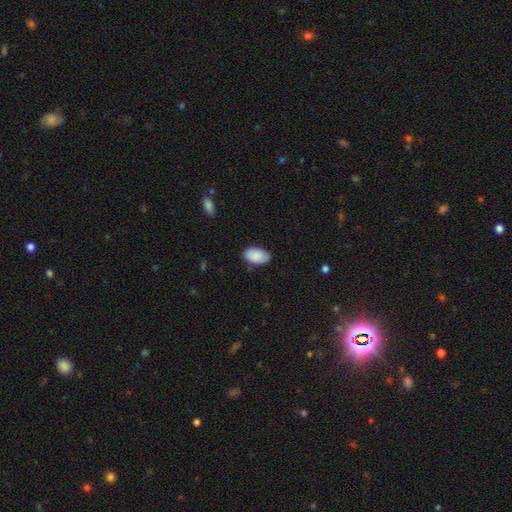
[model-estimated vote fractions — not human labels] Smooth or featured? Predicted: smooth (p=0.88). How rounded? Predicted: in between (p=0.94). Merging? Predicted: none (p=0.81).